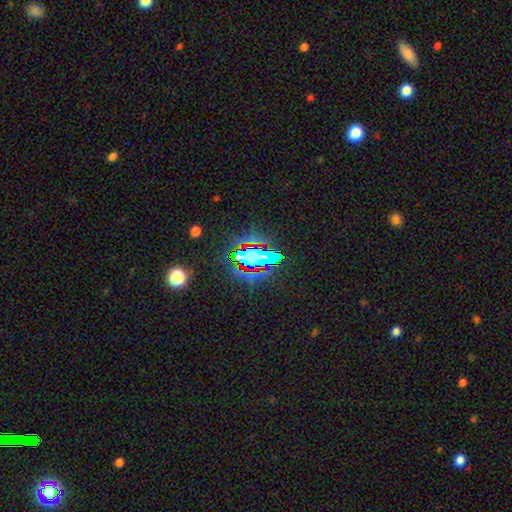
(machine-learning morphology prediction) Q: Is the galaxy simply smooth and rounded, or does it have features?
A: star or artifact — 59%.